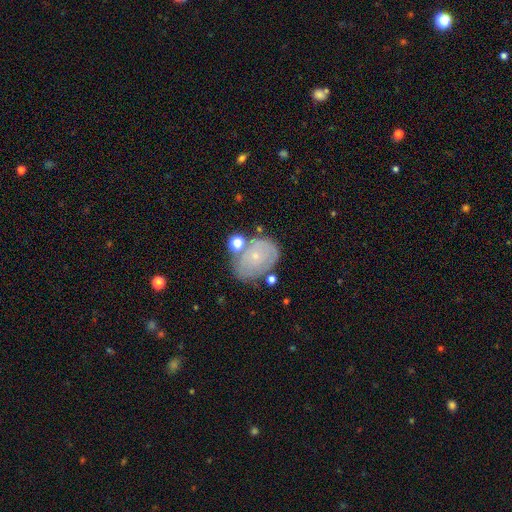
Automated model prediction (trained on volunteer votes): featured or disk 52%, smooth 38%, star or artifact 9%. Down the decision tree: edge-on disk — no (96%); merging — none (63%).